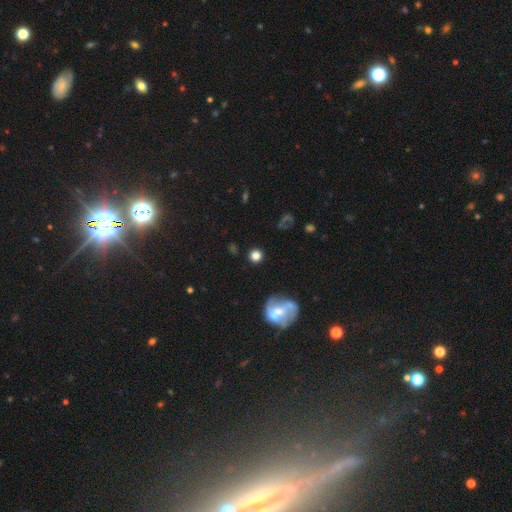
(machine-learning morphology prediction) A smooth galaxy with no disk features (76%) that is round (89%). Merging: none (80%).